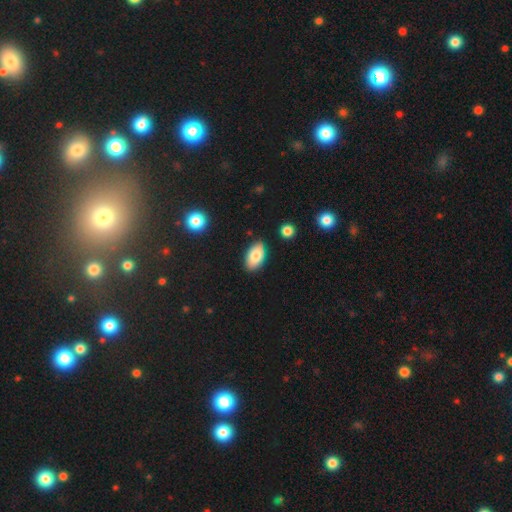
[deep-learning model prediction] Overall: smooth (80%). How rounded: in between (94%). Merging: none (82%).